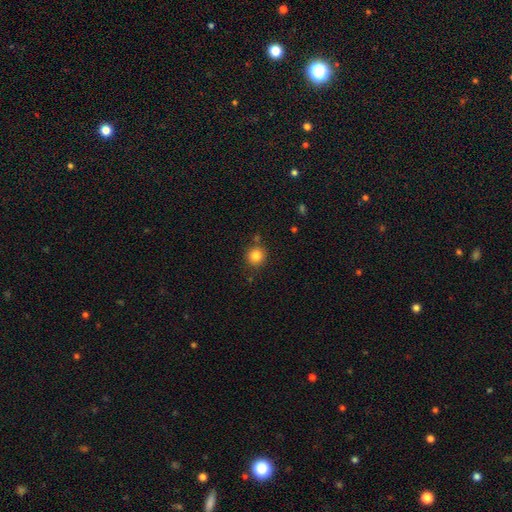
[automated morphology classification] type=smooth (84%); roundness=round (91%); merging=none (82%).